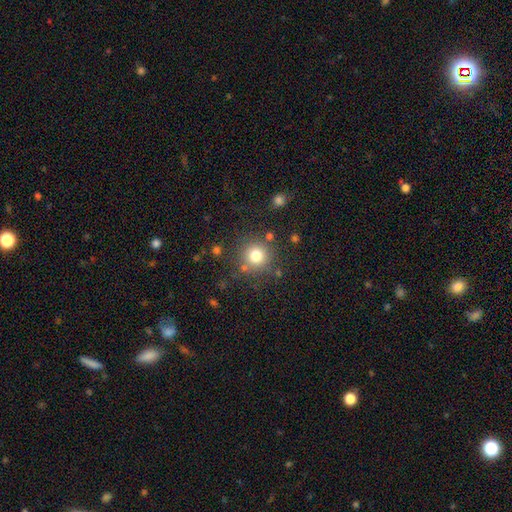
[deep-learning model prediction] This appears to be a smooth galaxy with no disk features (78%) that is round (94%). Merging: none (81%).